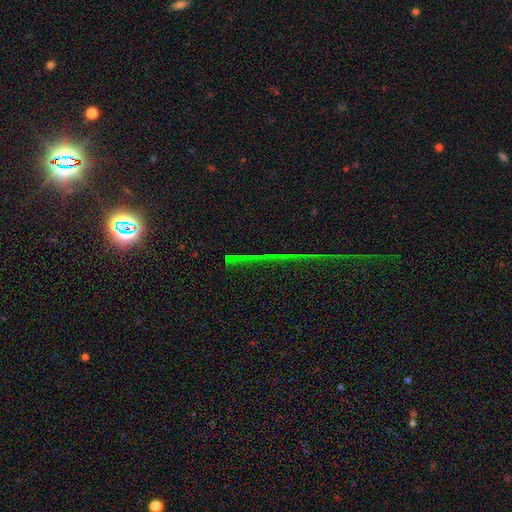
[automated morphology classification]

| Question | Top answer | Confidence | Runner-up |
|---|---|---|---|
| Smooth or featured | star or artifact | 81% | featured or disk (10%) |